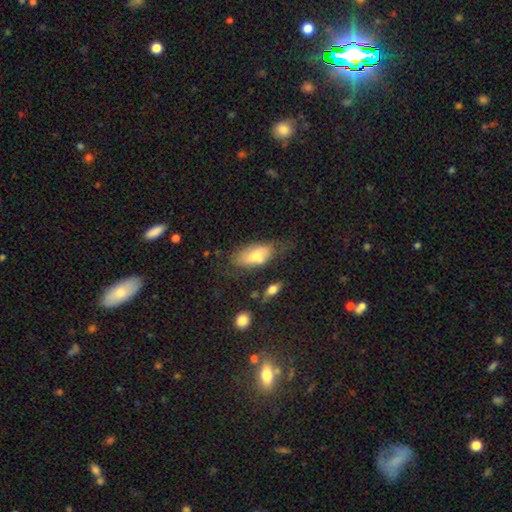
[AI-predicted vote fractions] This appears to be a smooth galaxy with no disk features (63%) that is in between round and cigar-shaped (88%). Merging: none (49%).